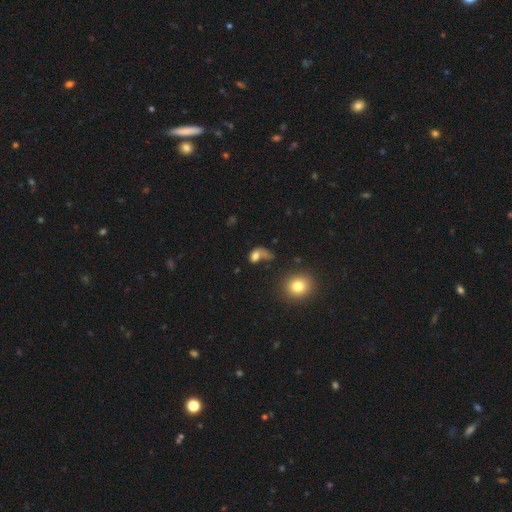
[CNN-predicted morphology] Smooth or featured: smooth — 68% (featured or disk — 18%)
How rounded: in between — 66% (round — 31%)
Merging: major disturbance — 33% (none — 29%)